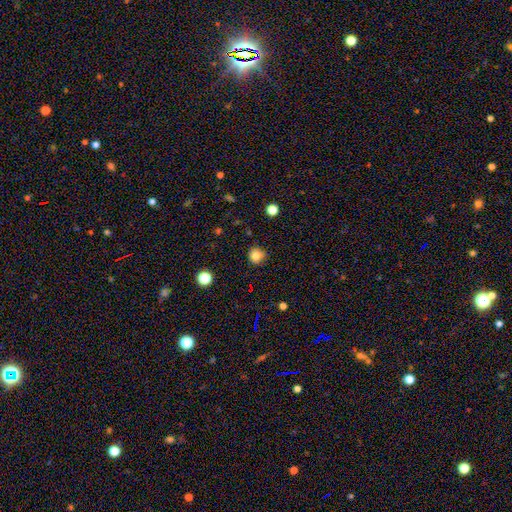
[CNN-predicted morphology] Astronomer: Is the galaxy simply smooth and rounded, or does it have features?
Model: smooth — 82%.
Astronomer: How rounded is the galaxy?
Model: round — 91%.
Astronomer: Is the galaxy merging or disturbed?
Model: none — 85%.